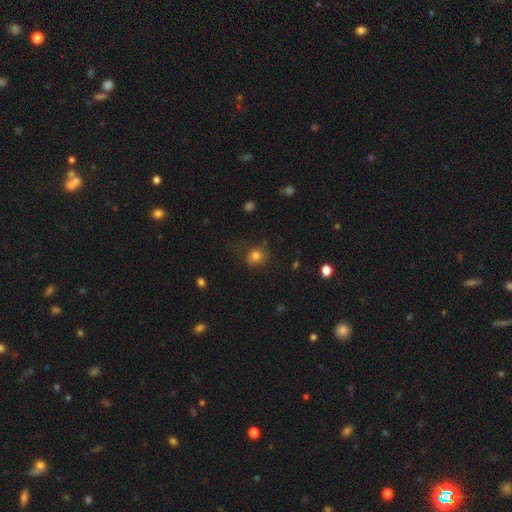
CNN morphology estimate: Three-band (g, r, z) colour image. It shows a smooth galaxy with no disk features (80%) that is round (76%). Merging: none (70%).